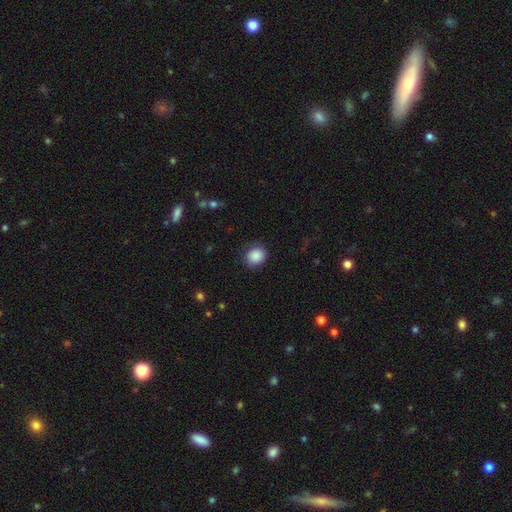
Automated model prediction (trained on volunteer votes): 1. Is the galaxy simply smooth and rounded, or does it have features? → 87% smooth, 8% star or artifact, 5% featured or disk.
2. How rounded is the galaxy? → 73% round, 26% in between, 1% cigar-shaped.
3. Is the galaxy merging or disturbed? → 80% none, 15% minor disturbance, 4% major disturbance, 1% merger.